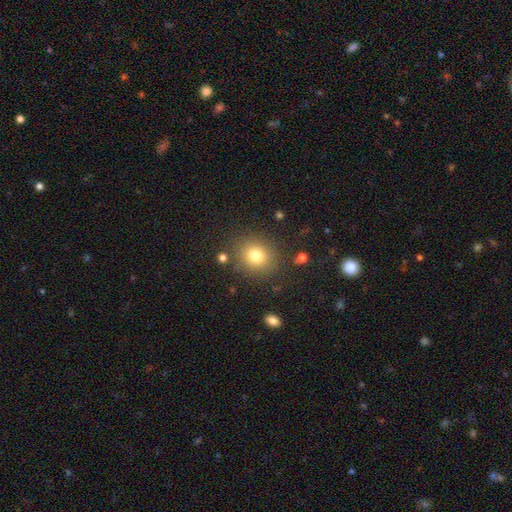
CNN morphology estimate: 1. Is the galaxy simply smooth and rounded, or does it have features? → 78% smooth, 13% star or artifact, 8% featured or disk.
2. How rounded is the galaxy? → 79% round, 20% in between, 1% cigar-shaped.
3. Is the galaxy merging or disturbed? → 84% none, 9% minor disturbance, 4% major disturbance, 3% merger.